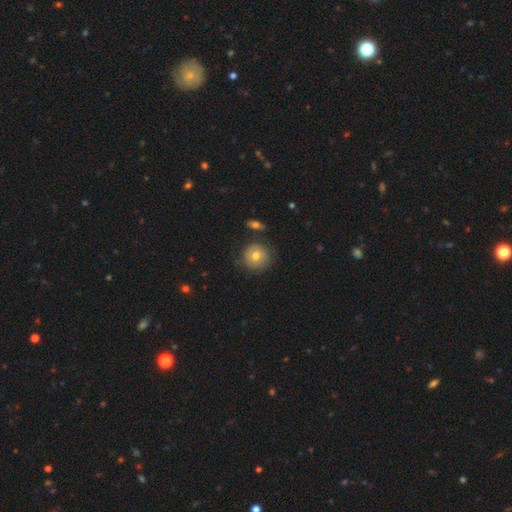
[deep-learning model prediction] Smooth or featured?
  - smooth: 62% *
  - featured or disk: 30%
  - star or artifact: 8%
How rounded?
  - round: 91% *
  - in between: 8%
  - cigar-shaped: 1%
Merging?
  - none: 76% *
  - minor disturbance: 16%
  - major disturbance: 5%
  - merger: 3%